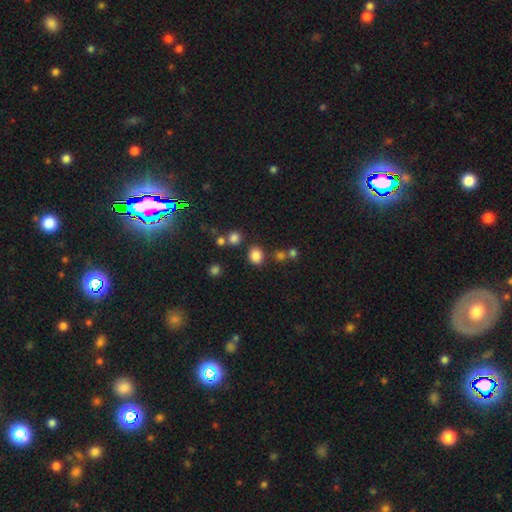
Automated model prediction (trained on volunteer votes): This is clearly a smooth galaxy (82%). How rounded: likely round (69%). Merging: likely none (80%).